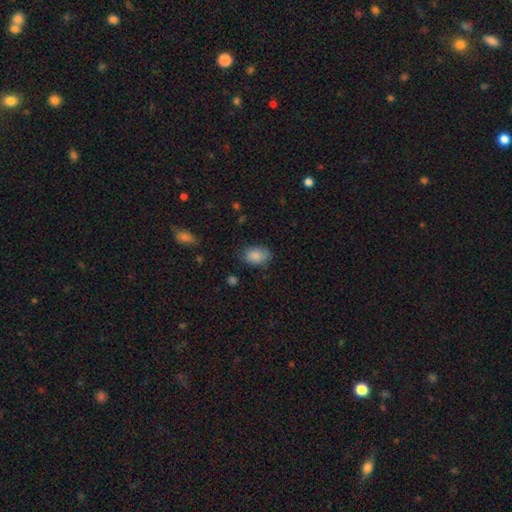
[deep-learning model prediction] Overall: smooth (87%). How rounded: in between (83%). Merging: none (76%).